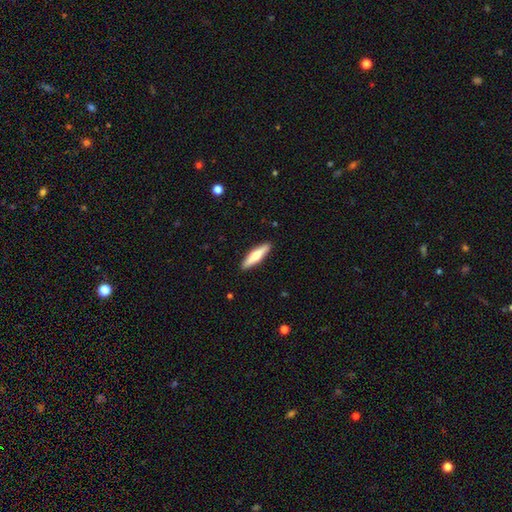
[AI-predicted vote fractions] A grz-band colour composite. It shows a smooth galaxy with no disk features (57%) that is cigar-shaped (79%). Merging: none (91%).